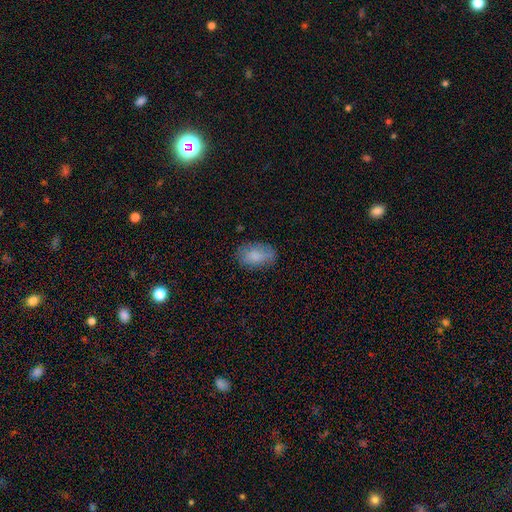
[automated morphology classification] type=smooth (81%); roundness=in between (90%); merging=none (73%).